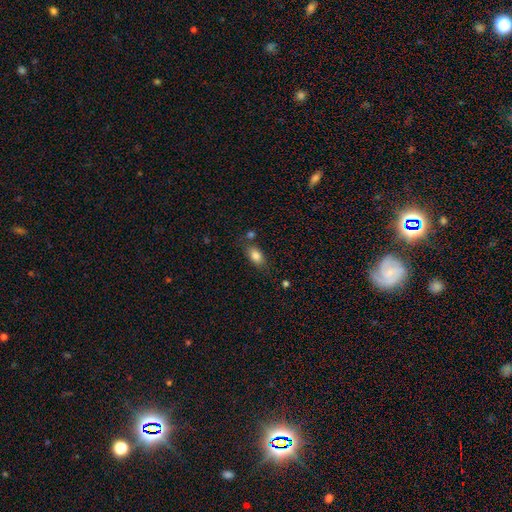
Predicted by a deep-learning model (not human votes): Smooth or featured?
  - smooth: 83% *
  - star or artifact: 9%
  - featured or disk: 8%
How rounded?
  - in between: 85% *
  - round: 11%
  - cigar-shaped: 4%
Merging?
  - none: 69% *
  - minor disturbance: 17%
  - merger: 10%
  - major disturbance: 5%